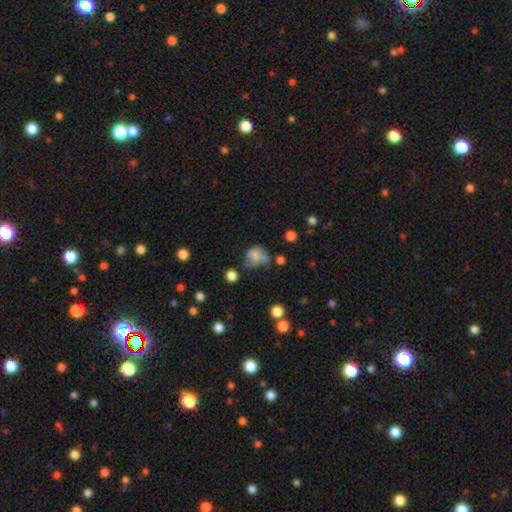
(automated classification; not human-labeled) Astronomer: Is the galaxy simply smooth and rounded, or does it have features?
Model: smooth — 68%.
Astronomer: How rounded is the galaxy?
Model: round — 62%.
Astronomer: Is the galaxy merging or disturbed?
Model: none — 34% (runner-up: minor disturbance, 30%).